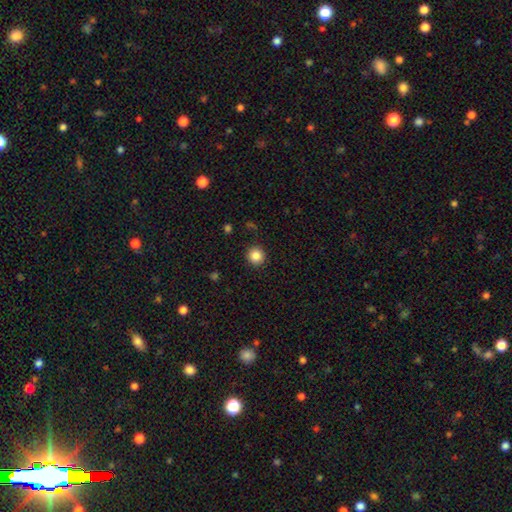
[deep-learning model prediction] smooth_or_featured: smooth (p=0.85) [alt: star or artifact p=0.10]
how_rounded: round (p=0.94) [alt: in between p=0.05]
merging: none (p=0.91) [alt: minor disturbance p=0.06]